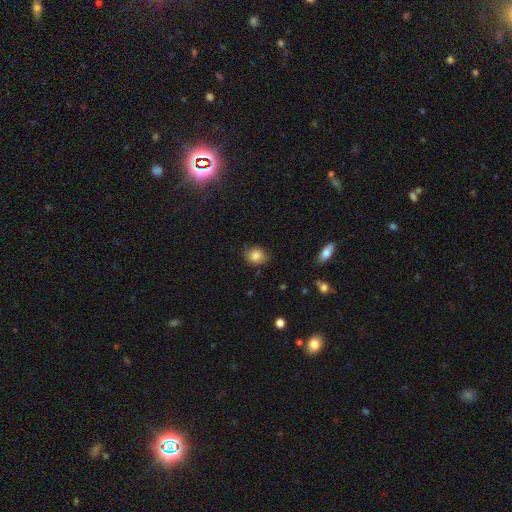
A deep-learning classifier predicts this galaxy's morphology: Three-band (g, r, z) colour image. It shows a smooth galaxy with no disk features (84%) that is round (64%). Merging: none (80%).